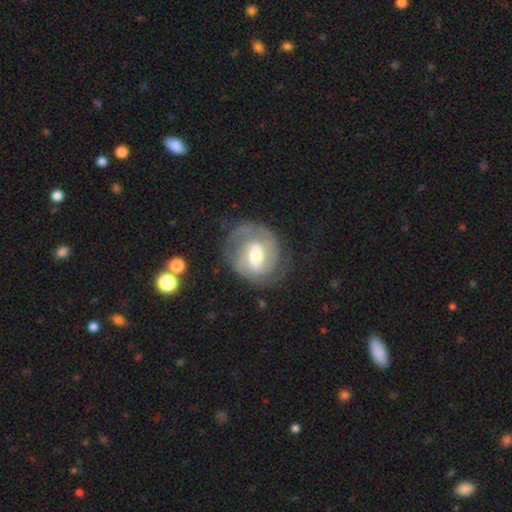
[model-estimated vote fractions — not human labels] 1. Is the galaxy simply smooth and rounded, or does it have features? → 79% featured or disk, 15% smooth, 6% star or artifact.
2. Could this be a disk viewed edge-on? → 97% no, 3% yes.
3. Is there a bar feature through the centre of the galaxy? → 50% weak, 30% strong, 20% no.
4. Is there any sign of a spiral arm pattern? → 91% yes, 9% no.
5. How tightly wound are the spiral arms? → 51% tight, 38% medium, 12% loose.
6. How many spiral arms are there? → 65% 2, 17% can't tell, 8% 3, 6% 1, 2% 4, 2% more than 4.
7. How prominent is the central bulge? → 62% moderate, 21% small, 14% large, 2% none, 1% dominant.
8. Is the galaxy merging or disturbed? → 66% none, 19% minor disturbance, 13% major disturbance, 2% merger.